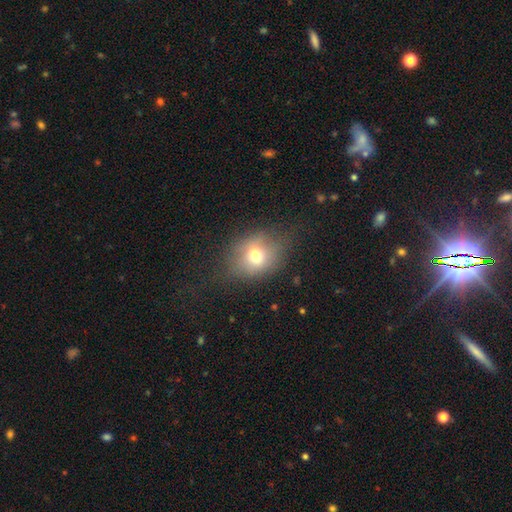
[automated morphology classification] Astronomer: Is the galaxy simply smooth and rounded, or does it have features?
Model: smooth — 67%.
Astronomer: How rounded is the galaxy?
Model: in between — 52% (runner-up: round, 46%).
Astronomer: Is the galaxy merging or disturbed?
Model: none — 62%.